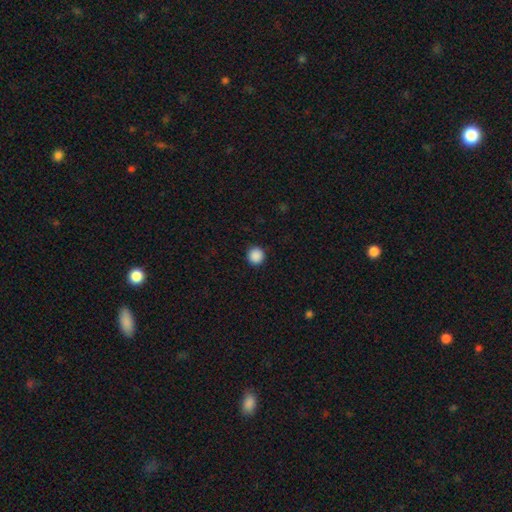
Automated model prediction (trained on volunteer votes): smooth-or-featured: smooth: 89% | star or artifact: 9% | featured or disk: 2%
  how-rounded: round: 95% | in between: 4% | cigar-shaped: 1%
  merging: none: 93% | minor disturbance: 5% | major disturbance: 2% | merger: 1%